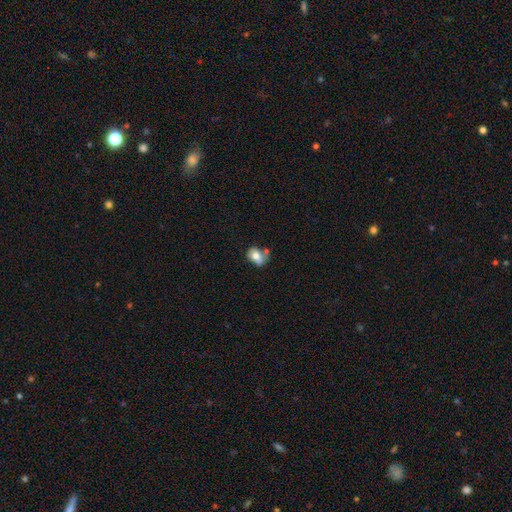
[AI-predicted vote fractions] Overall: smooth (68%). How rounded: in between (67%; round 32%). Merging: none (38%; minor disturbance 26%).